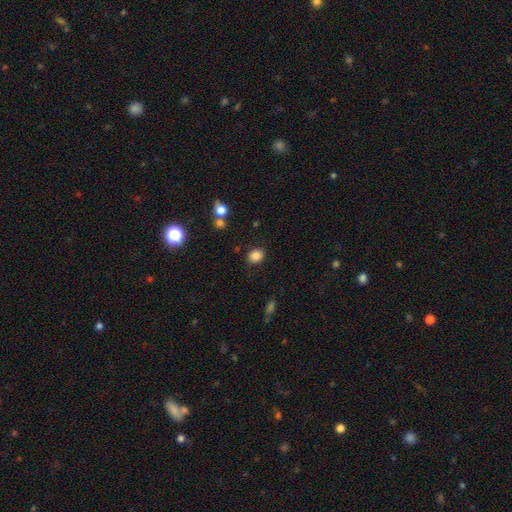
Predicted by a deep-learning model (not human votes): Smooth or featured: smooth — 84% (star or artifact — 11%)
How rounded: round — 52% (in between — 47%)
Merging: none — 85% (minor disturbance — 10%)